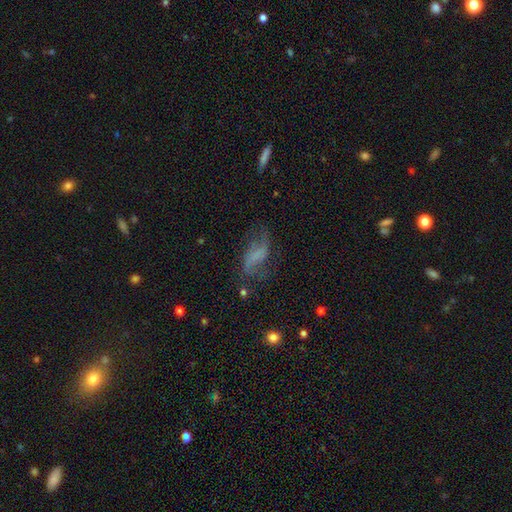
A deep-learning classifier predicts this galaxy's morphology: This is possibly a featured or disk galaxy (58%). It is clearly not viewed edge-on (94%). Bar: possibly no (47%). Spiral arm pattern: likely yes (79%). Central bulge: likely none (69%). Merging: possibly none (52%).